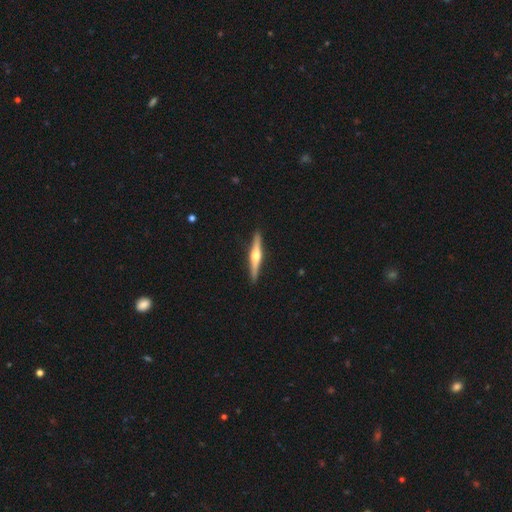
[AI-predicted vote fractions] This appears to be a featured or disk galaxy (73%) viewed edge-on (98%) with a rounded central bulge (93%). Merging: none (92%).